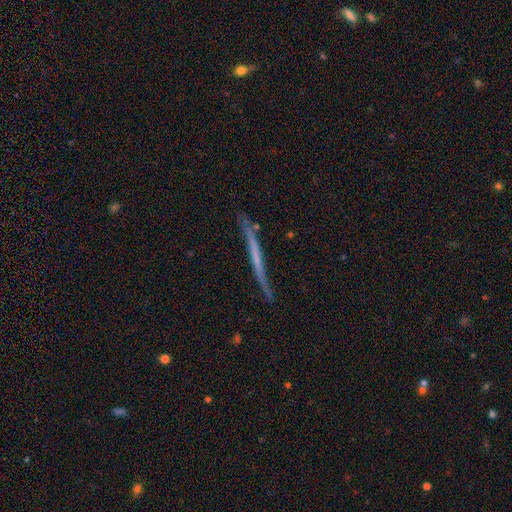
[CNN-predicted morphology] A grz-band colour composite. It shows a featured or disk galaxy (58%) viewed edge-on (95%) with no central bulge (88%). Merging: none (82%).